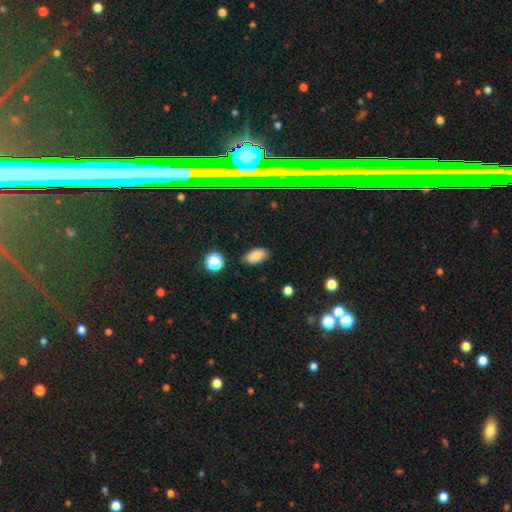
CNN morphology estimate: This appears to be a smooth galaxy with no disk features (83%) that is in between round and cigar-shaped (92%). Merging: none (84%).